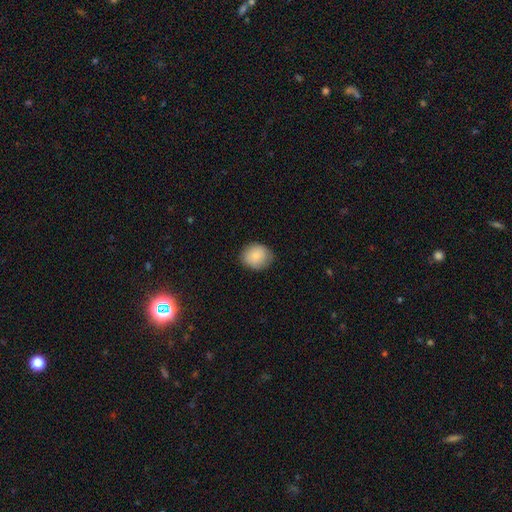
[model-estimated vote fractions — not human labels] Smooth or featured? Predicted: smooth (p=0.84). How rounded? Predicted: round (p=0.63). Merging? Predicted: none (p=0.81).